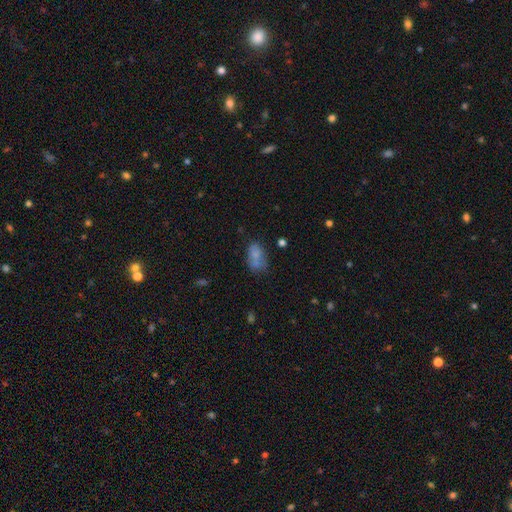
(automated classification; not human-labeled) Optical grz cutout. It shows a smooth galaxy with no disk features (68%) that is in between round and cigar-shaped (86%). Merging: none (41%).